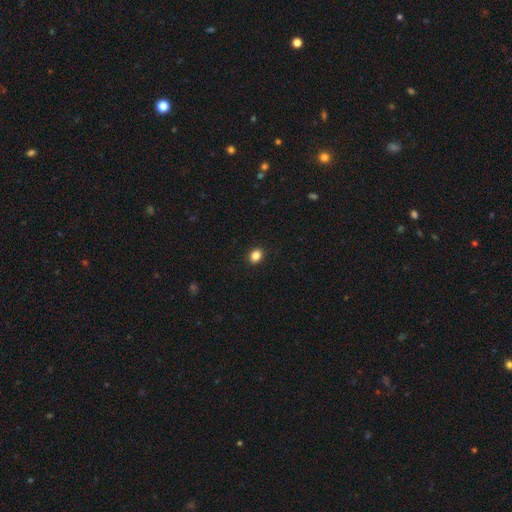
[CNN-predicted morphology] Smooth or featured: smooth — 86% (star or artifact — 10%)
How rounded: round — 53% (in between — 46%)
Merging: none — 92% (minor disturbance — 6%)